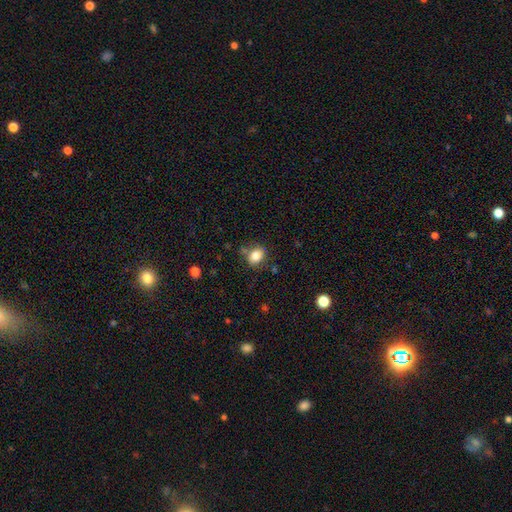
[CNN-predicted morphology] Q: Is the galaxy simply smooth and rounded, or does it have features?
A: smooth — 83%.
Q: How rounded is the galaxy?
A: in between — 58%.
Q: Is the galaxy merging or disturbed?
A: none — 75%.